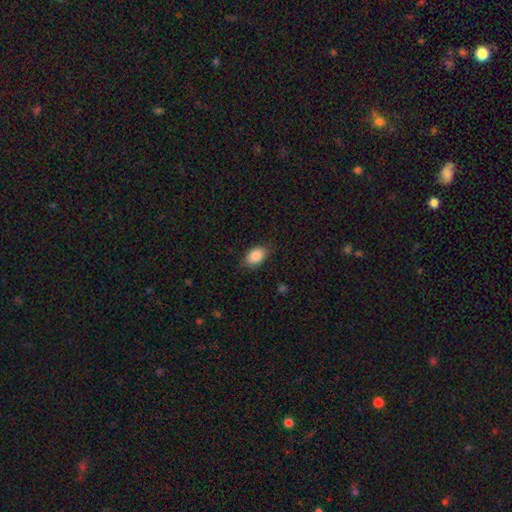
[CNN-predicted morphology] Overall: smooth (87%). How rounded: in between (89%). Merging: none (82%).